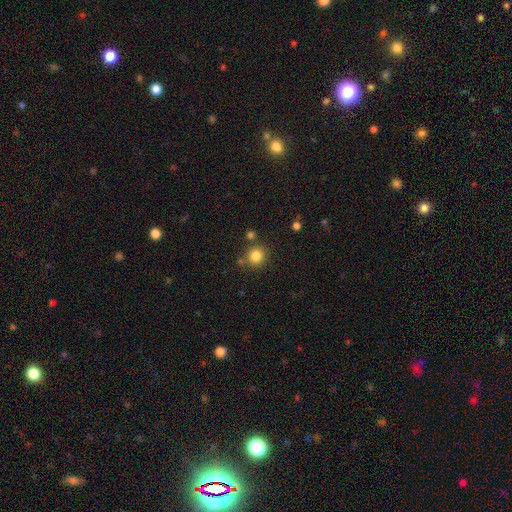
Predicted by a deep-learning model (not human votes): Q: Smooth or featured?
A: smooth (83%); runner-up: star or artifact (12%)
Q: How rounded?
A: round (90%); runner-up: in between (9%)
Q: Merging?
A: none (79%); runner-up: minor disturbance (10%)